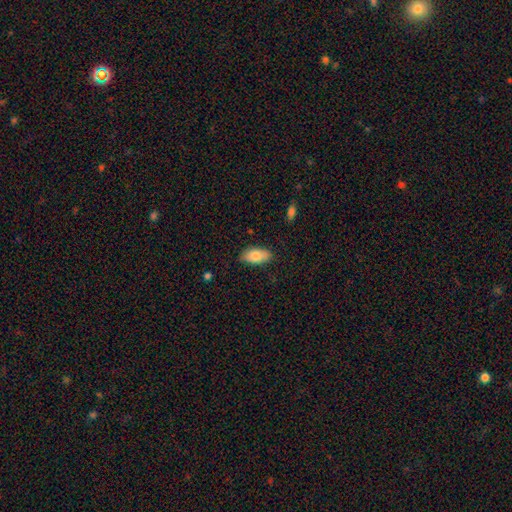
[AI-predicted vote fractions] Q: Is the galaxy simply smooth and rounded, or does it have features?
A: smooth — 82%.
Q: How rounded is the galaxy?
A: in between — 92%.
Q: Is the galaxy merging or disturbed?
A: none — 82%.